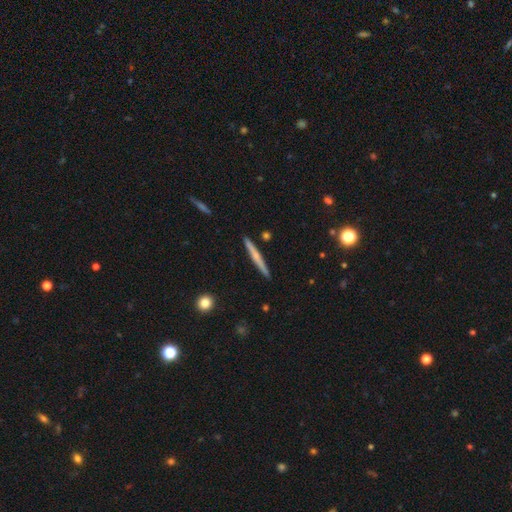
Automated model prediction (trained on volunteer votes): smooth-or-featured: featured or disk: 52% | smooth: 41% | star or artifact: 6%
  disk-edge-on: yes: 97% | no: 3%
    edge-on-bulge: none: 49% | rounded: 44% | boxy: 7%
  merging: none: 91% | minor disturbance: 6% | merger: 1% | major disturbance: 1%